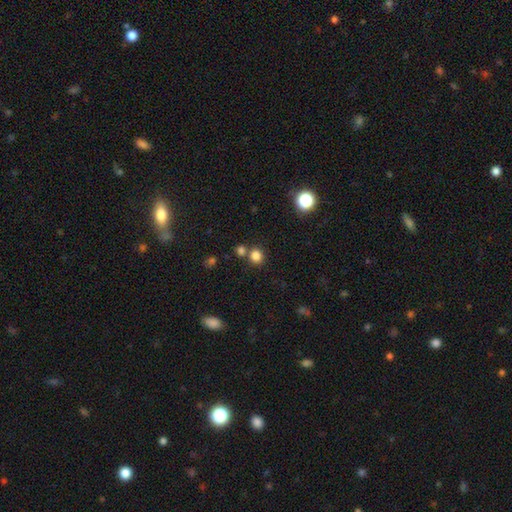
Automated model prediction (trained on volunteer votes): The model was most divided on "merging": none: 68%, merger: 21%, minor disturbance: 8%, major disturbance: 3%. More confident: how rounded — round (87%); smooth or featured — smooth (81%).